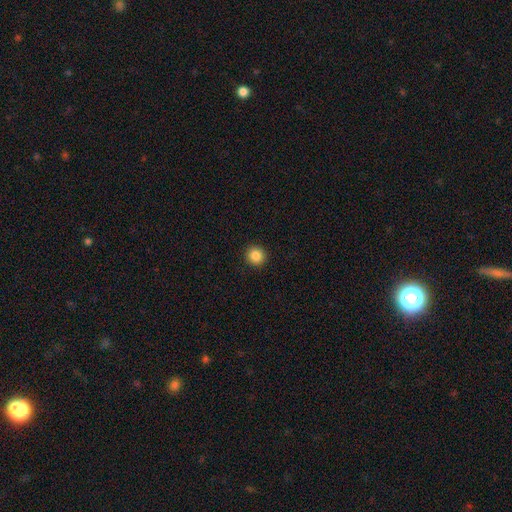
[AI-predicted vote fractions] smooth 86%, star or artifact 10%, featured or disk 4%. Down the decision tree: how rounded — round (94%); merging — none (93%).